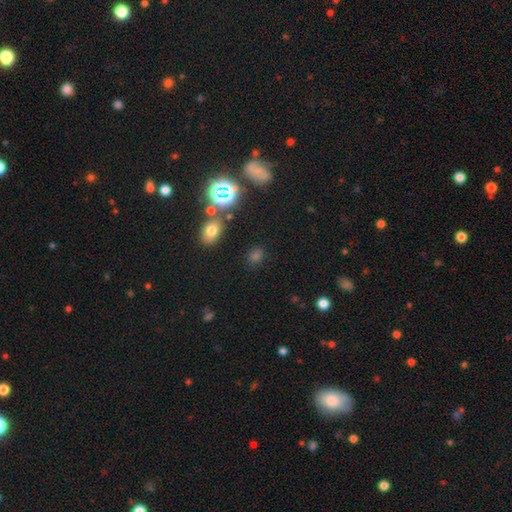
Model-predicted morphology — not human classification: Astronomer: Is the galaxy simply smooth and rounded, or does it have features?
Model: smooth — 53% (runner-up: star or artifact, 38%).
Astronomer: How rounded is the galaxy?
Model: round — 55% (runner-up: in between, 43%).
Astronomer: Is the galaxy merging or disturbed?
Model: none — 78%.